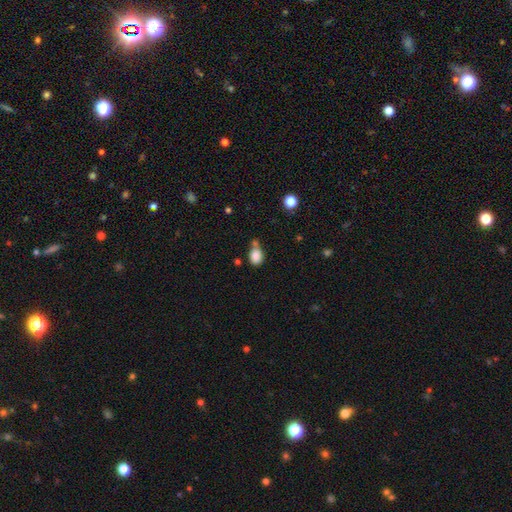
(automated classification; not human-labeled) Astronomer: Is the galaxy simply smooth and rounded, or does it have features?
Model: smooth — 85%.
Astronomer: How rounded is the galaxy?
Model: in between — 71%.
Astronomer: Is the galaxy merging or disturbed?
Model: none — 46% (runner-up: merger, 25%).